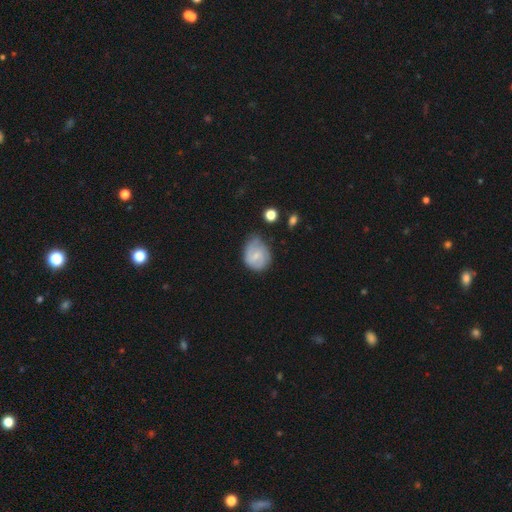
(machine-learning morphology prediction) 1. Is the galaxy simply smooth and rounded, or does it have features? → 52% featured or disk, 41% smooth, 7% star or artifact.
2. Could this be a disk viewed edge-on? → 97% no, 3% yes.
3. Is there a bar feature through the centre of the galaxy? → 57% weak, 31% no, 13% strong.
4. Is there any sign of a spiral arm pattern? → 80% yes, 20% no.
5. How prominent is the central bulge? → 60% small, 25% moderate, 13% none, 1% large, 1% dominant.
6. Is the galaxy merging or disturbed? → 50% none, 34% minor disturbance, 12% major disturbance, 3% merger.